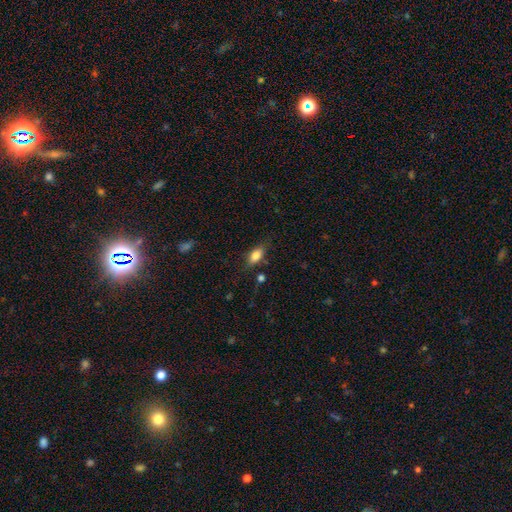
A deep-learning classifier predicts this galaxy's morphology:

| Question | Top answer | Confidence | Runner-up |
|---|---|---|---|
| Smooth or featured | smooth | 80% | featured or disk (11%) |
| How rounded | in between | 85% | cigar-shaped (9%) |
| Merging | none | 77% | minor disturbance (15%) |